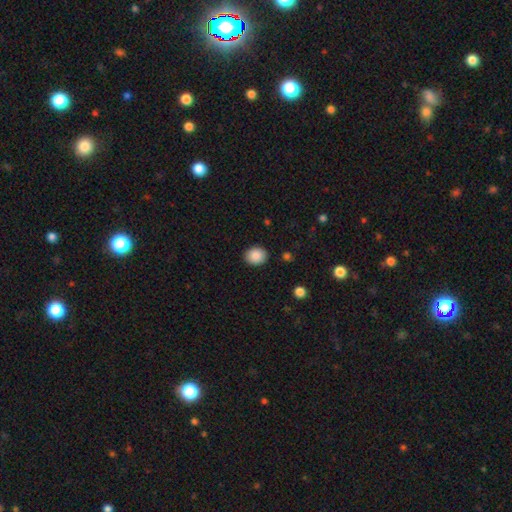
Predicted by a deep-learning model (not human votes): This is clearly a smooth galaxy (88%). How rounded: likely round (60%). Merging: clearly none (89%).